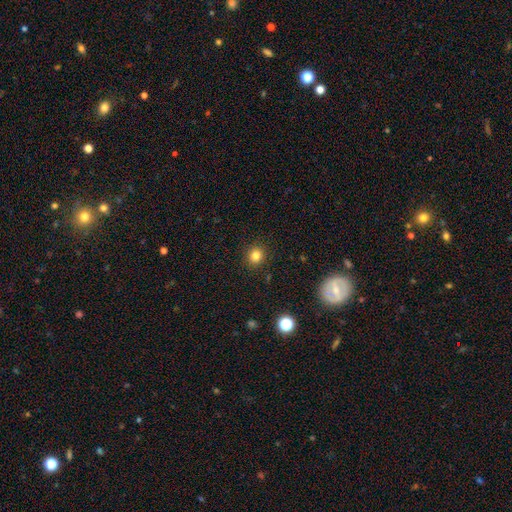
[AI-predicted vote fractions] Smooth or featured? Predicted: smooth (p=0.82). How rounded? Predicted: round (p=0.83). Merging? Predicted: none (p=0.90).